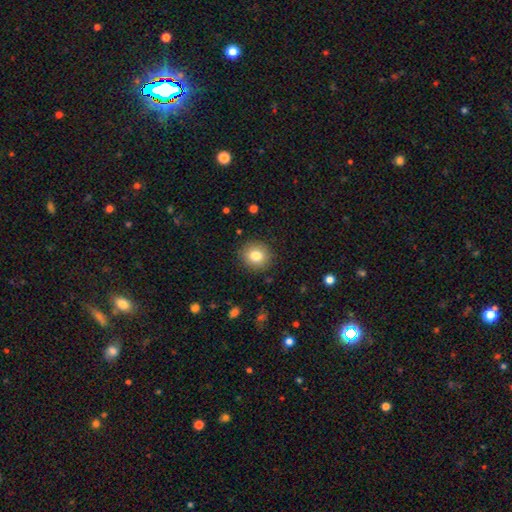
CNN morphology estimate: A smooth galaxy with no disk features (81%) that is round (85%). Merging: none (89%).